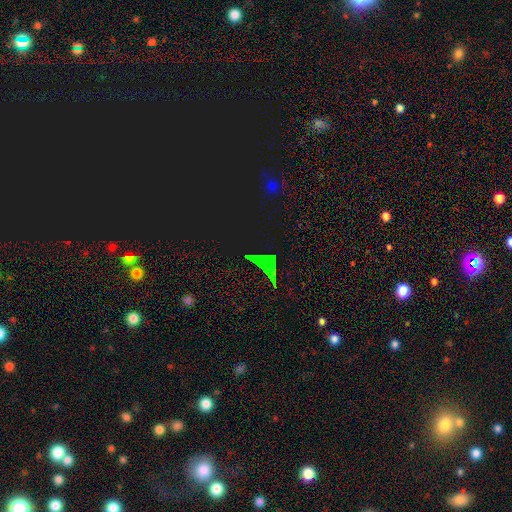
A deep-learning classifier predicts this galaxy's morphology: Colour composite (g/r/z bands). It shows a star or artifact, not a galaxy (78%).